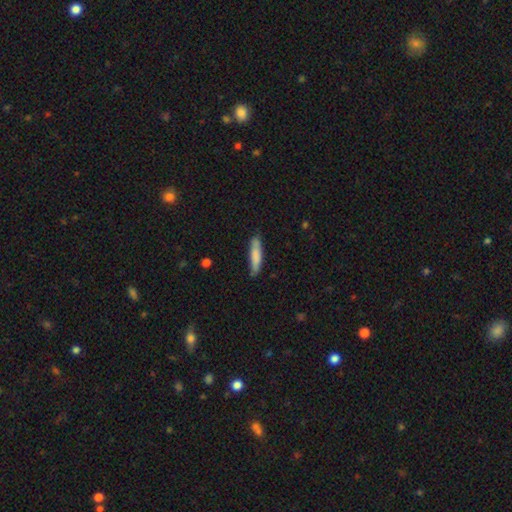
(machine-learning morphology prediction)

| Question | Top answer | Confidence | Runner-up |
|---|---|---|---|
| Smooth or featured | smooth | 80% | featured or disk (14%) |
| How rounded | cigar-shaped | 81% | in between (17%) |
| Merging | none | 79% | minor disturbance (16%) |